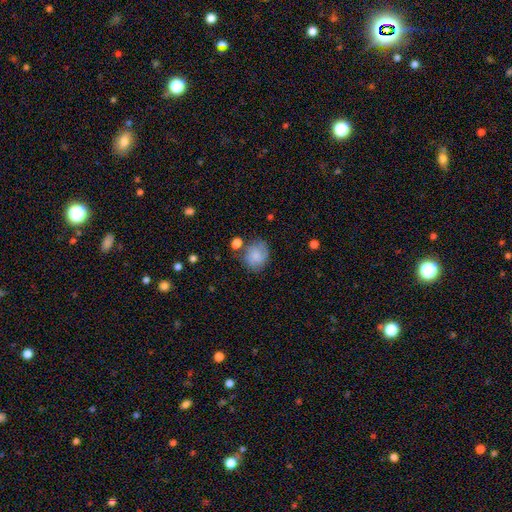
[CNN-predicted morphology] type=smooth (78%); roundness=round (67%); merging=none (59%).